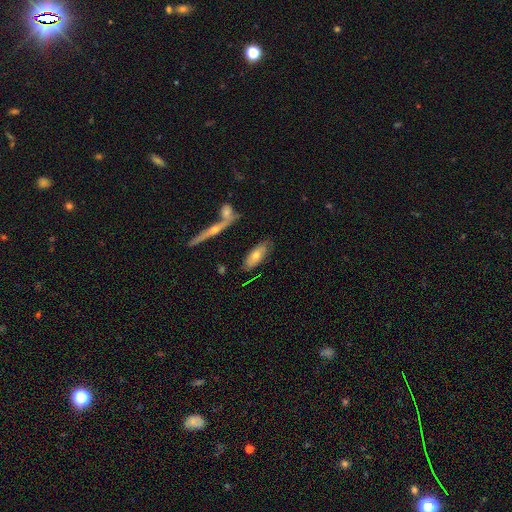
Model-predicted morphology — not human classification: smooth-or-featured: smooth: 55% | featured or disk: 38% | star or artifact: 7%
  how-rounded: in between: 70% | cigar-shaped: 27% | round: 3%
  merging: none: 73% | minor disturbance: 16% | merger: 8% | major disturbance: 4%